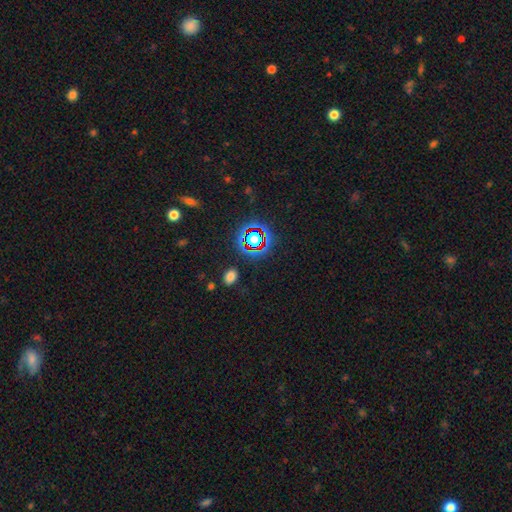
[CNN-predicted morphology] smooth-or-featured: star or artifact: 72% | smooth: 15% | featured or disk: 12%